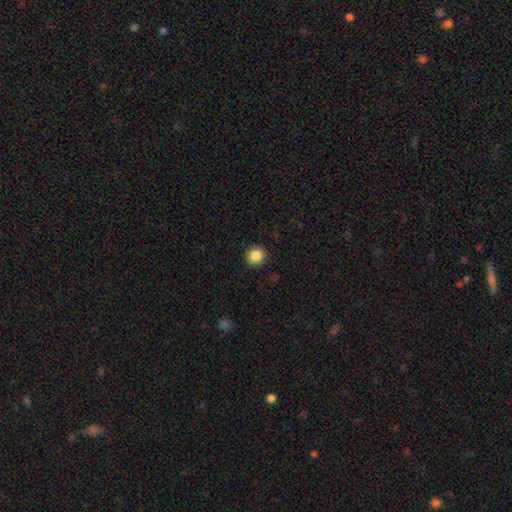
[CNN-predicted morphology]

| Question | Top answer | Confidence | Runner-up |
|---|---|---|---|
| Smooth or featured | smooth | 86% | star or artifact (10%) |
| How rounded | round | 88% | in between (11%) |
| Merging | none | 92% | minor disturbance (5%) |